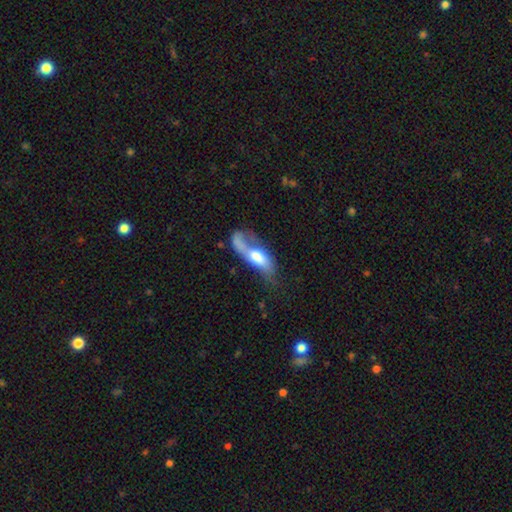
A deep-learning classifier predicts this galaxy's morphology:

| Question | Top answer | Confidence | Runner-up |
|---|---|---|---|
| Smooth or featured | smooth | 56% | featured or disk (37%) |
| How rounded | in between | 71% | cigar-shaped (26%) |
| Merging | major disturbance | 37% | merger (24%) |